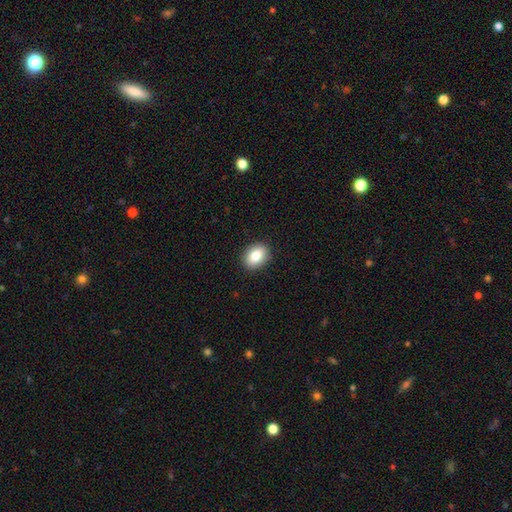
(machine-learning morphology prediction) smooth 84%, star or artifact 8%, featured or disk 7%. Down the decision tree: how rounded — in between (74%); merging — none (90%).